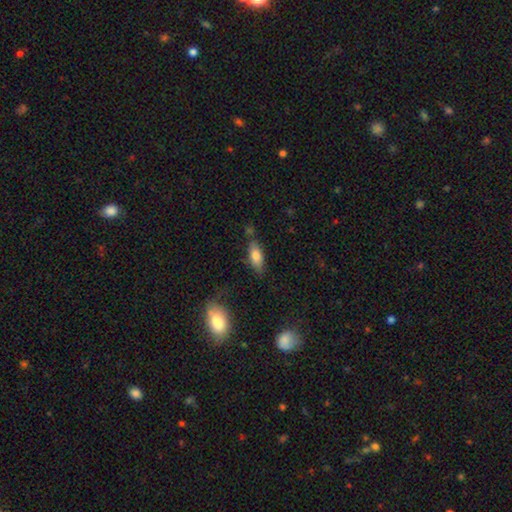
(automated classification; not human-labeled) Smooth or featured: smooth — 78% (featured or disk — 14%)
How rounded: in between — 77% (cigar-shaped — 20%)
Merging: none — 67% (minor disturbance — 20%)